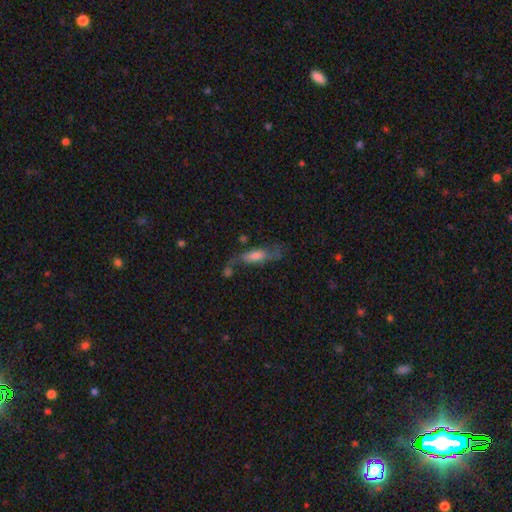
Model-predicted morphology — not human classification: Smooth or featured: featured or disk — 49% (smooth — 41%)
Merging: none — 46% (minor disturbance — 21%)